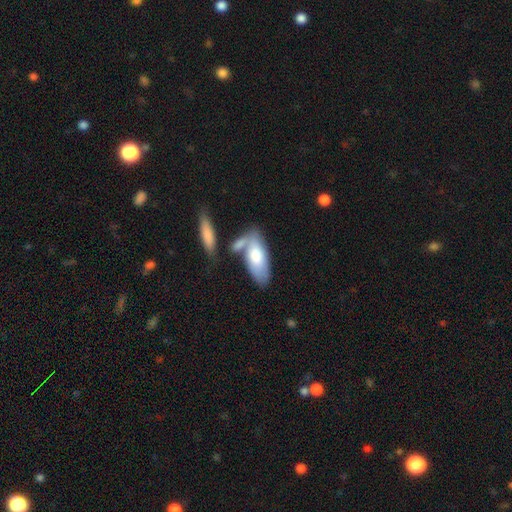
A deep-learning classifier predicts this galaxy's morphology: A smooth galaxy with no disk features (69%) that is in between round and cigar-shaped (83%).

Vote fractions:
- Smooth or featured? smooth: 69% / featured or disk: 26% / star or artifact: 5%
- How rounded? in between: 83% / cigar-shaped: 15% / round: 2%
- Merging? none: 45% / merger: 32% / minor disturbance: 17% / major disturbance: 7%